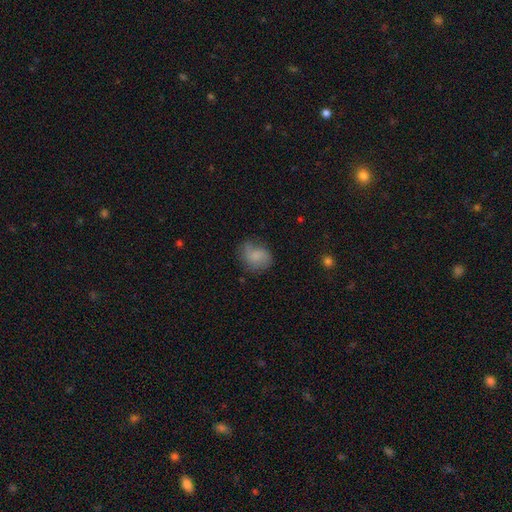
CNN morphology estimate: type=smooth (59%); roundness=round (56%); merging=none (57%).